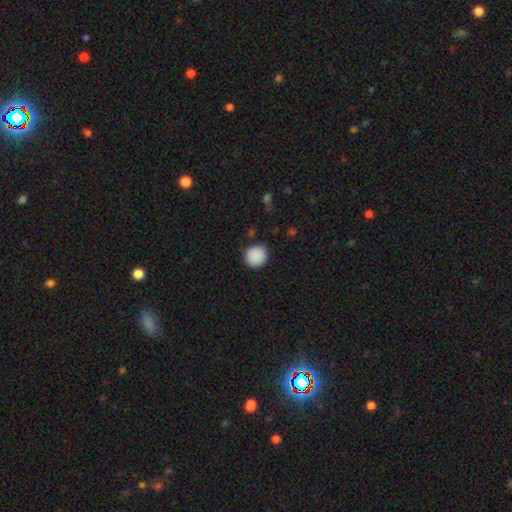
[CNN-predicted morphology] Overall: smooth (89%). How rounded: round (89%). Merging: none (88%).